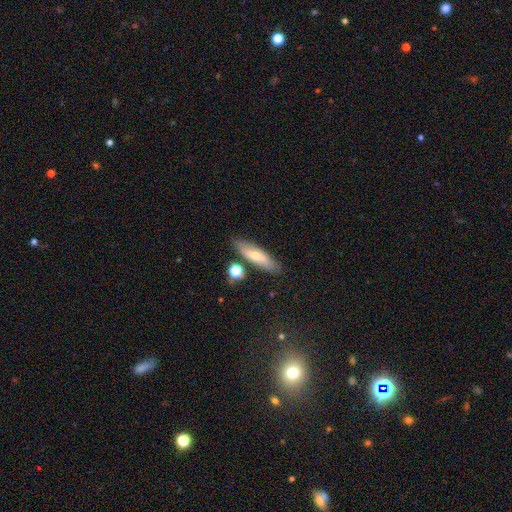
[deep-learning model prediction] This is possibly a smooth galaxy (54%). How rounded: likely cigar-shaped (61%). Merging: likely none (79%).